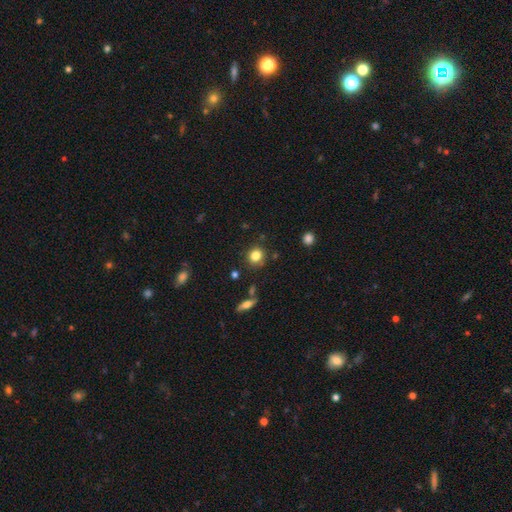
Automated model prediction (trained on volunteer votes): This is clearly a smooth galaxy (82%). How rounded: clearly round (84%). Merging: clearly none (84%).